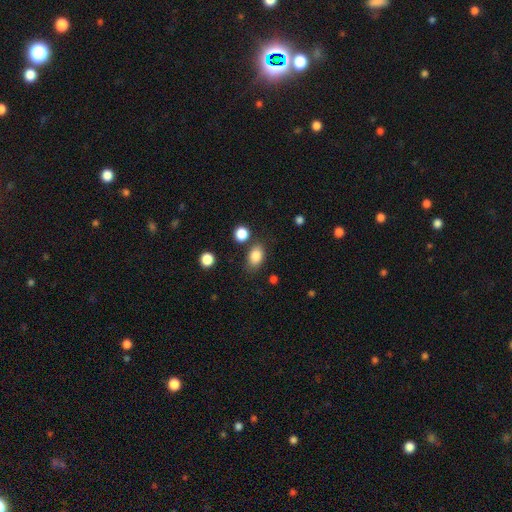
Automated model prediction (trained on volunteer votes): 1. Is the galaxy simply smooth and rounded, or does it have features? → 85% smooth, 9% star or artifact, 5% featured or disk.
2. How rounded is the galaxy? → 80% in between, 19% round, 2% cigar-shaped.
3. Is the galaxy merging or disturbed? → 76% none, 13% minor disturbance, 7% merger, 4% major disturbance.